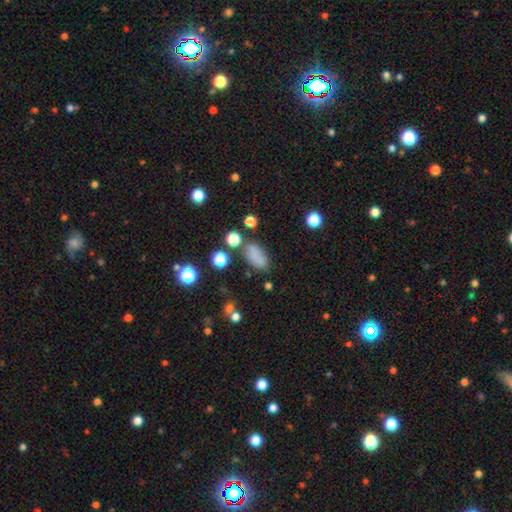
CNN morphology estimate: A smooth galaxy with no disk features (78%) that is in between round and cigar-shaped (88%). Merging: none (67%).